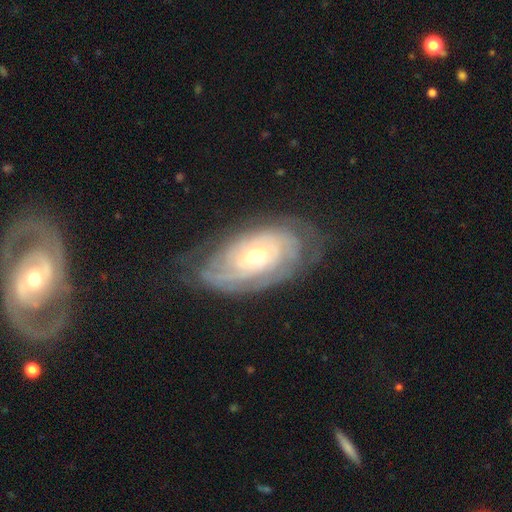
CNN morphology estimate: A featured or disk galaxy (81%) with no bar (77%), tight (77%) spiral arms (90%) and a moderate central bulge (64%).

Vote fractions:
- Smooth or featured? featured or disk: 81% / smooth: 13% / star or artifact: 6%
- Edge-on disk? no: 93% / yes: 7%
- Bar? no: 77% / weak: 18% / strong: 5%
- Spiral arms? yes: 90% / no: 10%
- Spiral winding? tight: 77% / medium: 18% / loose: 5%
- Spiral arm count? can't tell: 49% / 2: 18% / 3: 13% / 4: 8% / more than 4: 6% / 1: 5%
- Bulge size? moderate: 64% / small: 28% / large: 6% / dominant: 1% / none: 1%
- Merging? none: 72% / minor disturbance: 19% / major disturbance: 7% / merger: 1%